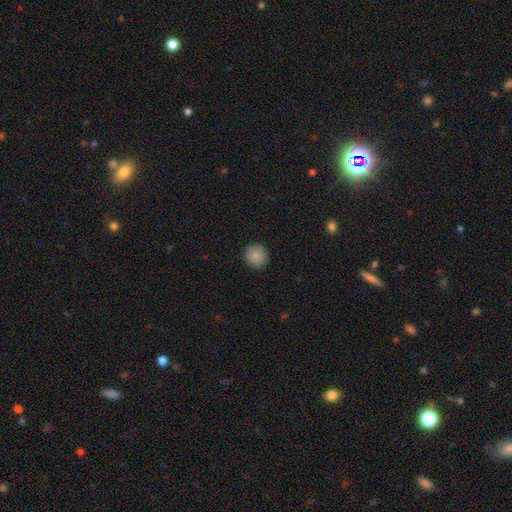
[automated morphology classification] A smooth galaxy with no disk features (88%) that is round (93%).

Vote fractions:
- Smooth or featured? smooth: 88% / star or artifact: 8% / featured or disk: 4%
- How rounded? round: 93% / in between: 6% / cigar-shaped: 1%
- Merging? none: 91% / minor disturbance: 6% / major disturbance: 2% / merger: 1%